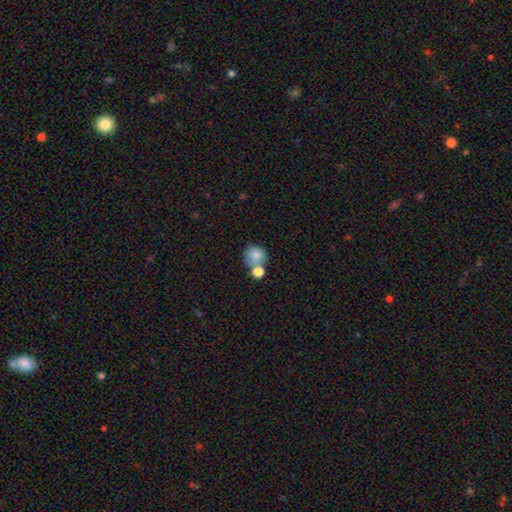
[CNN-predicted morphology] A smooth galaxy with no disk features (79%) that is round (77%).

Vote fractions:
- Smooth or featured? smooth: 79% / featured or disk: 11% / star or artifact: 9%
- How rounded? round: 77% / in between: 22% / cigar-shaped: 1%
- Merging? none: 44% / merger: 37% / minor disturbance: 13% / major disturbance: 6%